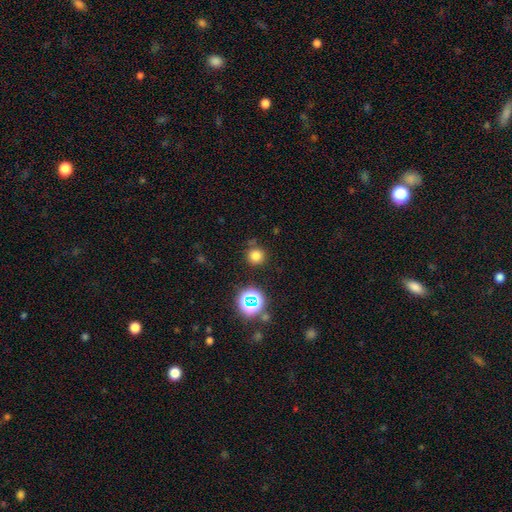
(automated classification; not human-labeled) smooth_or_featured: smooth (p=0.74) [alt: star or artifact p=0.20]
how_rounded: round (p=0.94) [alt: in between p=0.05]
merging: none (p=0.83) [alt: minor disturbance p=0.09]